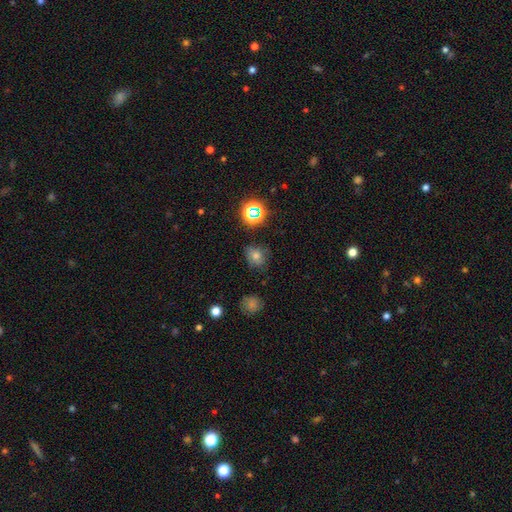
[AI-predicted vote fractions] This is likely a smooth galaxy (67%). How rounded: likely round (65%). Merging: likely none (73%).